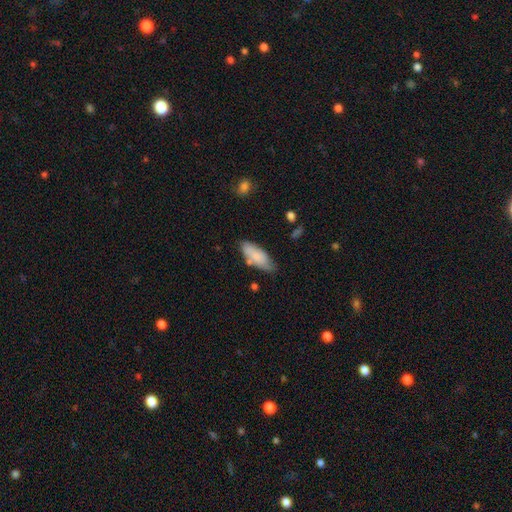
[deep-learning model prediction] Smooth or featured: smooth — 79% (featured or disk — 15%)
How rounded: in between — 76% (cigar-shaped — 22%)
Merging: none — 65% (minor disturbance — 23%)